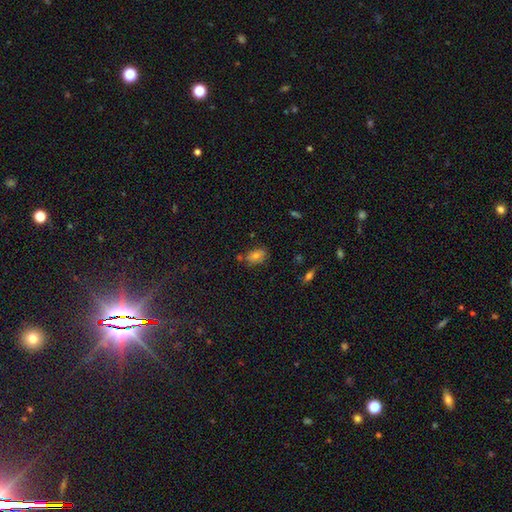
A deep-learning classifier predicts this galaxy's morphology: Q: Smooth or featured?
A: smooth (66%); runner-up: star or artifact (20%)
Q: How rounded?
A: in between (79%); runner-up: round (19%)
Q: Merging?
A: none (72%); runner-up: minor disturbance (17%)